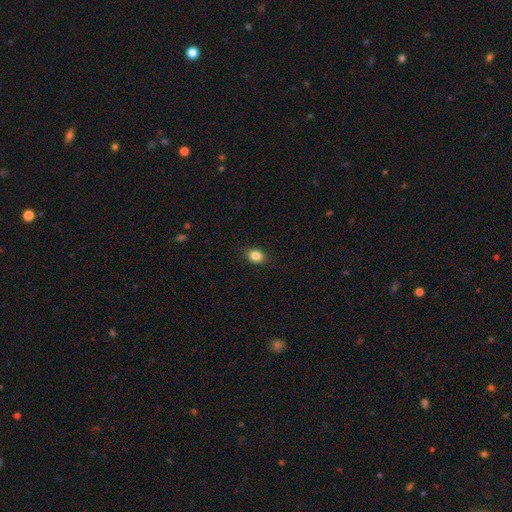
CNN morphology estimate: Smooth or featured: smooth — 84% (star or artifact — 10%)
How rounded: in between — 63% (round — 36%)
Merging: none — 88% (minor disturbance — 9%)